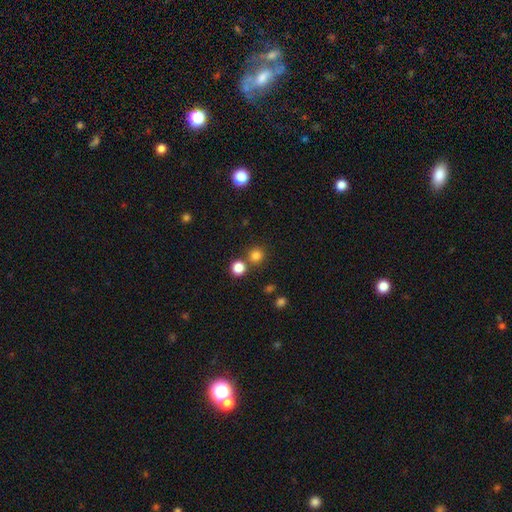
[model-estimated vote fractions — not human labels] Smooth or featured: smooth — 80% (star or artifact — 16%)
How rounded: round — 92% (in between — 7%)
Merging: none — 74% (merger — 16%)